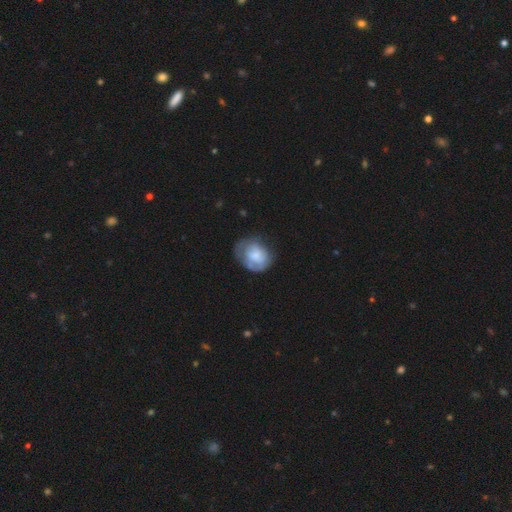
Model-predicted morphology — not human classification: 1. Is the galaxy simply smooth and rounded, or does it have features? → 53% smooth, 40% featured or disk, 7% star or artifact.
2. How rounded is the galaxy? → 56% round, 43% in between, 1% cigar-shaped.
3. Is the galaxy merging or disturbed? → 53% none, 28% minor disturbance, 17% major disturbance, 2% merger.